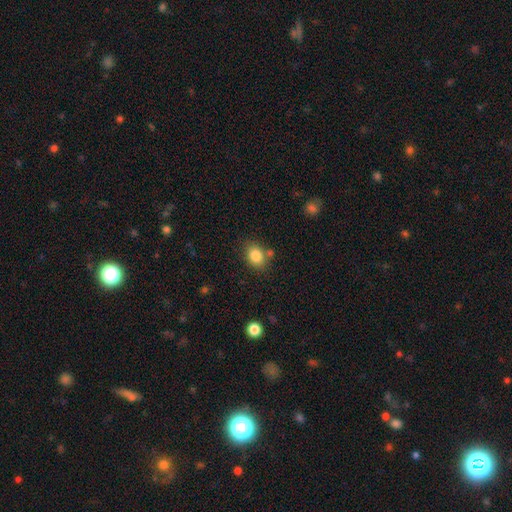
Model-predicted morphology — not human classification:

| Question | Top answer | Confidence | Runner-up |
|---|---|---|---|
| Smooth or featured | smooth | 84% | star or artifact (9%) |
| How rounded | in between | 57% | round (42%) |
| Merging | none | 74% | minor disturbance (14%) |